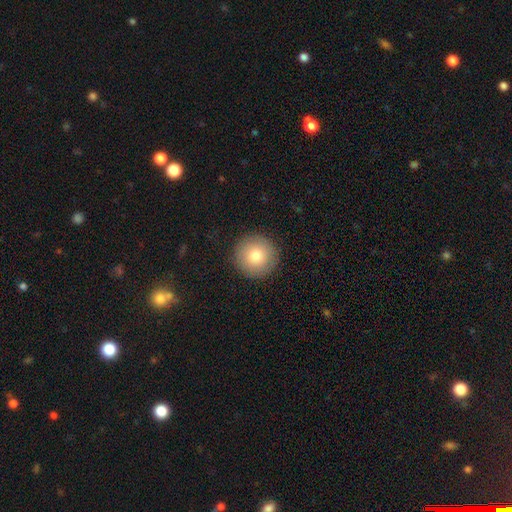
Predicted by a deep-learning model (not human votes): Q: Smooth or featured?
A: smooth (82%); runner-up: featured or disk (10%)
Q: How rounded?
A: round (96%); runner-up: in between (3%)
Q: Merging?
A: none (92%); runner-up: minor disturbance (6%)